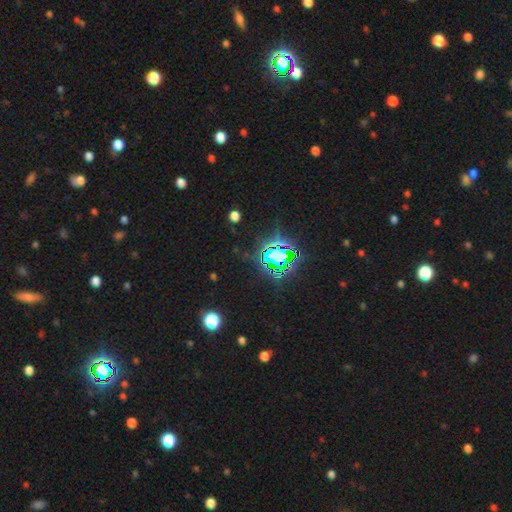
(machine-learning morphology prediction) Smooth or featured?
  - star or artifact: 77% *
  - smooth: 14%
  - featured or disk: 9%